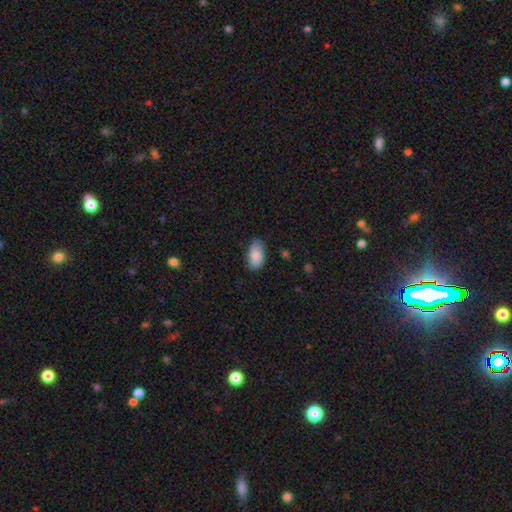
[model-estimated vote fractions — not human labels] A smooth galaxy with no disk features (86%) that is in between round and cigar-shaped (94%).

Vote fractions:
- Smooth or featured? smooth: 86% / featured or disk: 7% / star or artifact: 6%
- How rounded? in between: 94% / round: 4% / cigar-shaped: 2%
- Merging? none: 78% / minor disturbance: 17% / major disturbance: 3% / merger: 1%